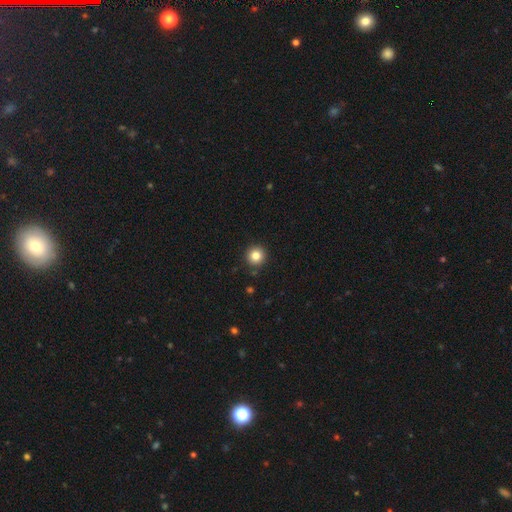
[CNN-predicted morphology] type=smooth (84%); roundness=round (95%); merging=none (90%).